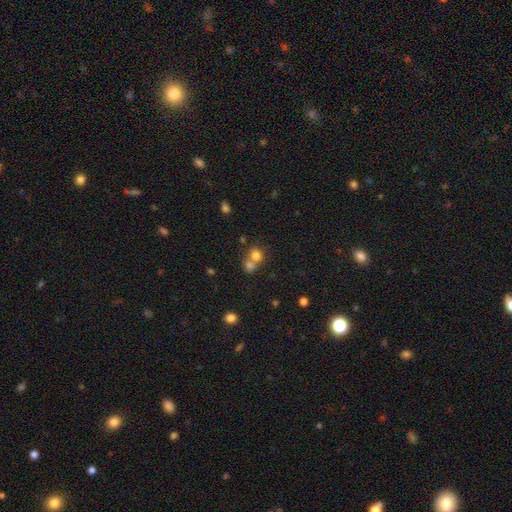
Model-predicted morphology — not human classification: This is likely a smooth galaxy (76%). How rounded: likely round (79%). Merging: possibly merger (51%).